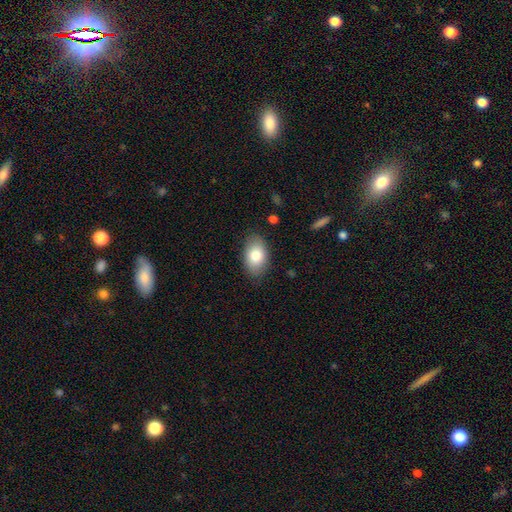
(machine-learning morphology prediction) type=smooth (81%); roundness=in between (91%); merging=none (84%).